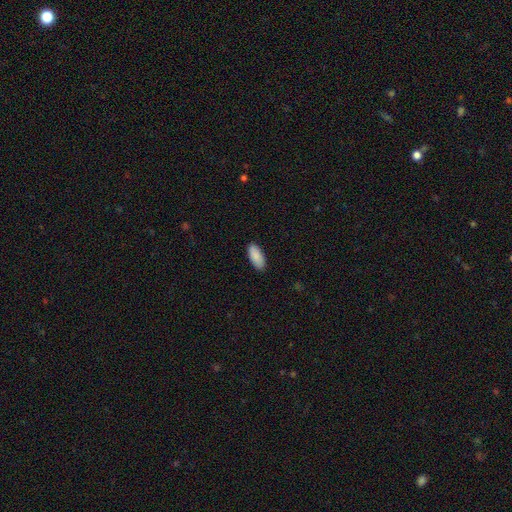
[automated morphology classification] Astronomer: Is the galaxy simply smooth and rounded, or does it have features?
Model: smooth — 89%.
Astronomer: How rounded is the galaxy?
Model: in between — 89%.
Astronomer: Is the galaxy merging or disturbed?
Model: none — 89%.